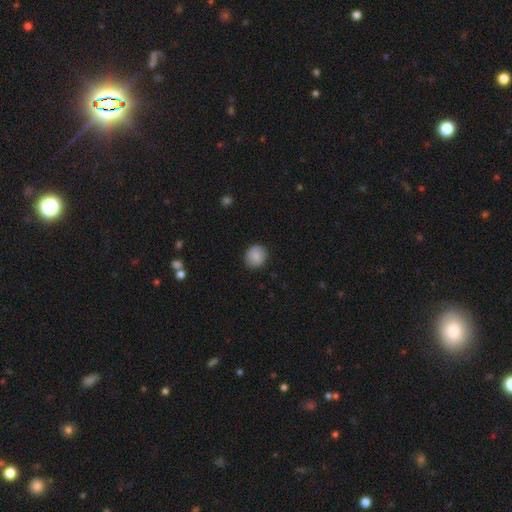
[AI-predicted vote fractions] Smooth or featured: smooth — 84% (featured or disk — 8%)
How rounded: round — 83% (in between — 16%)
Merging: none — 88% (minor disturbance — 9%)